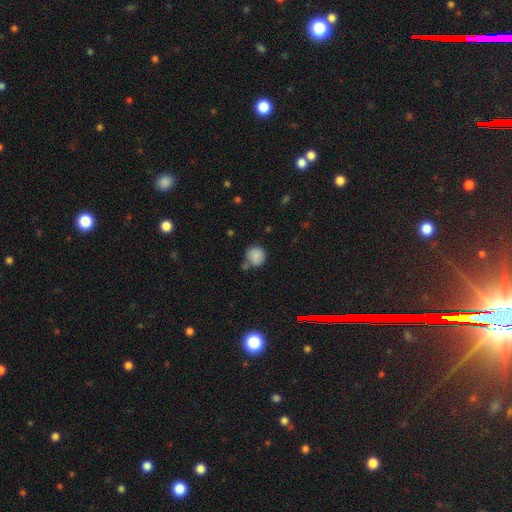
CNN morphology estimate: smooth-or-featured: smooth: 84% | star or artifact: 9% | featured or disk: 7%
  how-rounded: round: 89% | in between: 10% | cigar-shaped: 1%
  merging: none: 64% | minor disturbance: 19% | merger: 12% | major disturbance: 5%